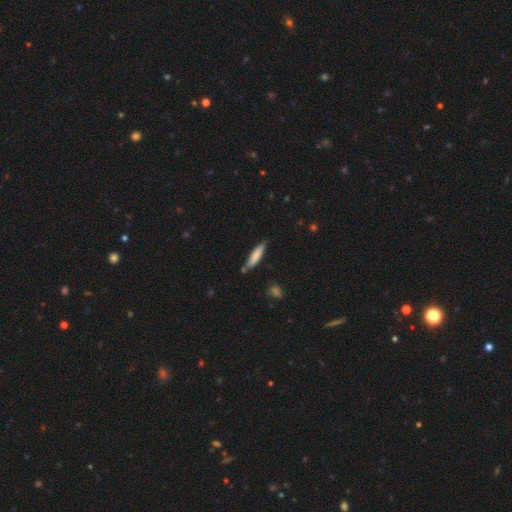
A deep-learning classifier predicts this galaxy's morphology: A smooth galaxy with no disk features (80%) that is cigar-shaped (74%). Merging: none (74%).